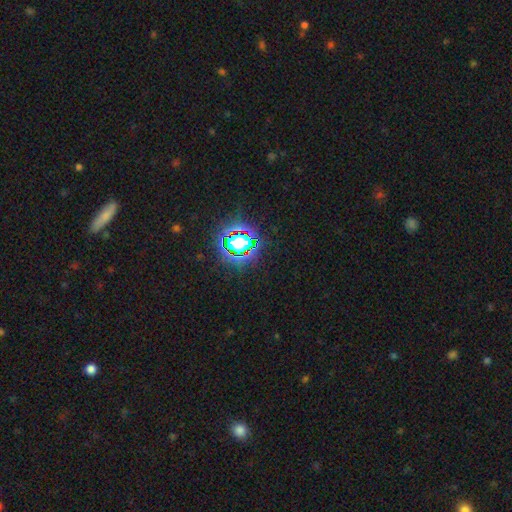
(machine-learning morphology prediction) type=star or artifact (78%).